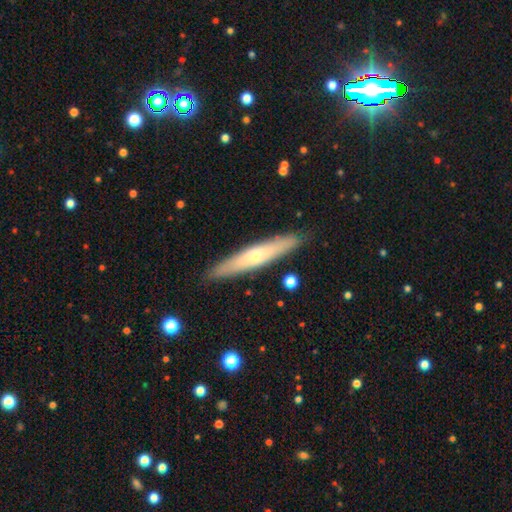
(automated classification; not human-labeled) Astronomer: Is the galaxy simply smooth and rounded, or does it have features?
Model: featured or disk — 49% (runner-up: smooth, 45%).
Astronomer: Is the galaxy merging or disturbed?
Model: none — 90%.